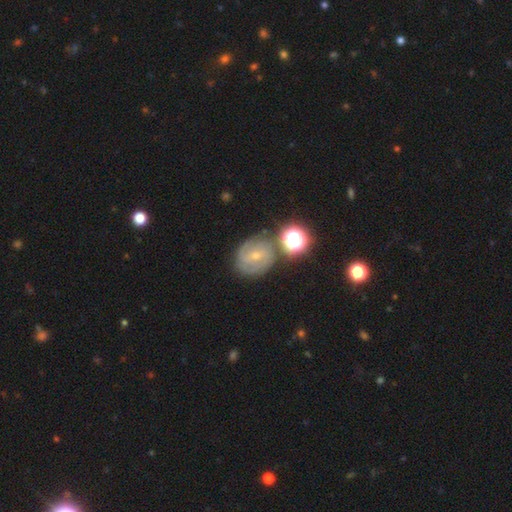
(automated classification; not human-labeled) Smooth or featured?
  - featured or disk: 64% *
  - smooth: 23%
  - star or artifact: 13%
Edge-on disk?
  - no: 97% *
  - yes: 3%
Bar?
  - weak: 48% *
  - no: 35%
  - strong: 17%
Spiral arms?
  - yes: 87% *
  - no: 13%
Spiral winding?
  - tight: 50% *
  - medium: 38%
  - loose: 12%
Spiral arm count?
  - 2: 45% *
  - can't tell: 28%
  - 3: 15%
  - 4: 4%
  - 1: 4%
  - more than 4: 3%
Bulge size?
  - small: 68% *
  - moderate: 27%
  - none: 2%
  - large: 1%
  - dominant: 1%
Merging?
  - none: 69% *
  - minor disturbance: 16%
  - merger: 10%
  - major disturbance: 6%